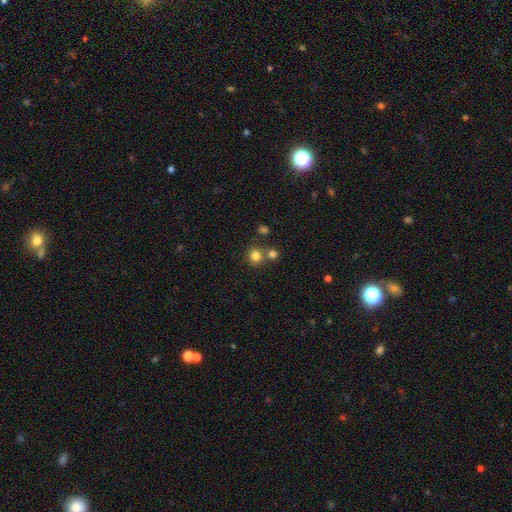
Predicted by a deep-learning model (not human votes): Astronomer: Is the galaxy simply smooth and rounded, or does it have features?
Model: smooth — 80%.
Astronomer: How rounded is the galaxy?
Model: round — 92%.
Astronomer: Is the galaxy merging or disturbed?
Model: none — 68%.